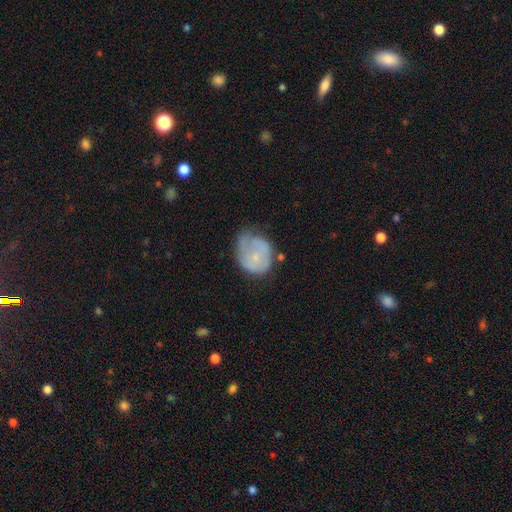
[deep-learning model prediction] Morphology: type=smooth (49%); merging=minor disturbance (38%).